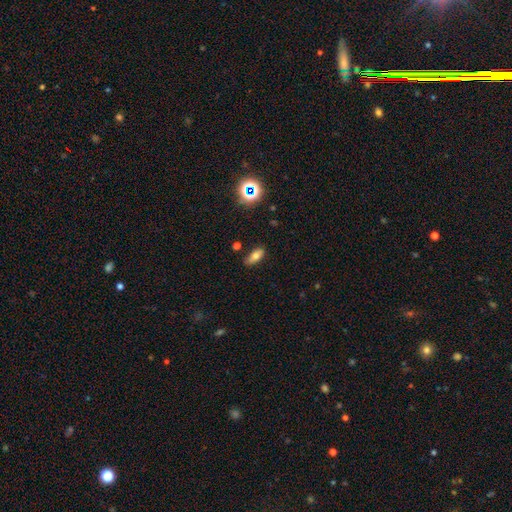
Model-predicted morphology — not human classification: This appears to be a smooth galaxy with no disk features (70%) that is in between round and cigar-shaped (81%). Merging: none (81%).